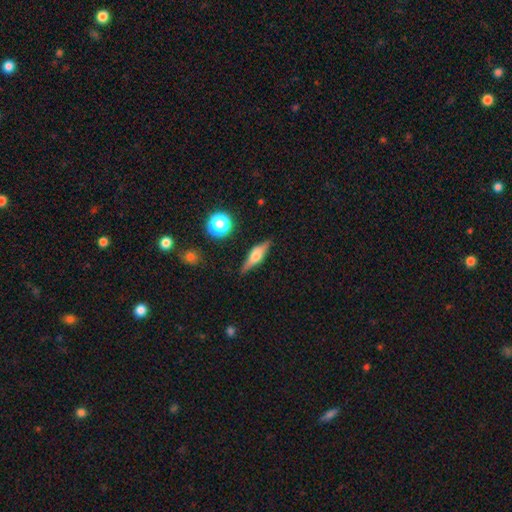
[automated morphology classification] smooth_or_featured: featured or disk (p=0.55) [alt: smooth p=0.37]
disk_edge_on: yes (p=0.93) [alt: no p=0.07]
edge_on_bulge: rounded (p=0.89) [alt: boxy p=0.08]
merging: none (p=0.86) [alt: minor disturbance p=0.10]